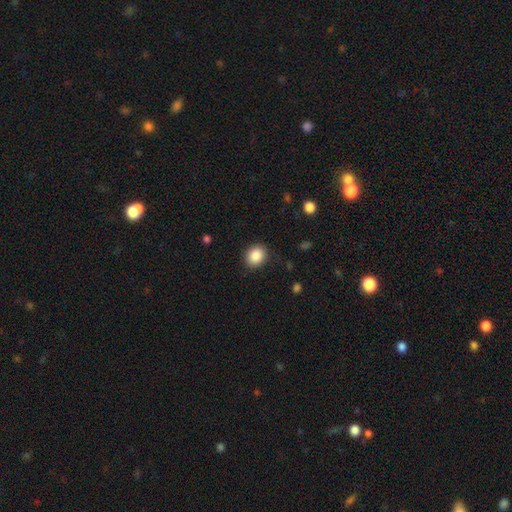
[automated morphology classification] smooth 87%, star or artifact 9%, featured or disk 4%. Down the decision tree: how rounded — round (65%); merging — none (87%).